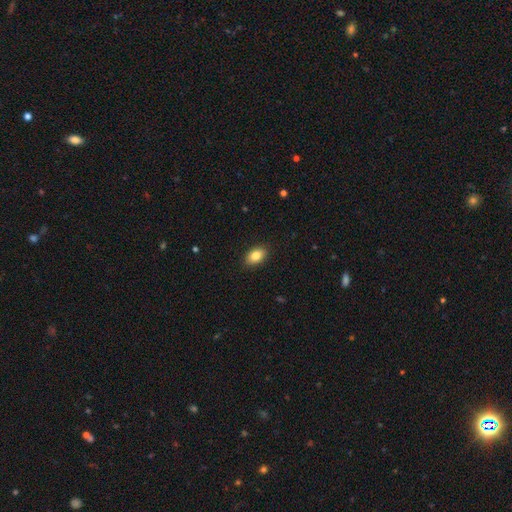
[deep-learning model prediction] Morphology: type=smooth (84%); roundness=in between (88%); merging=none (89%).